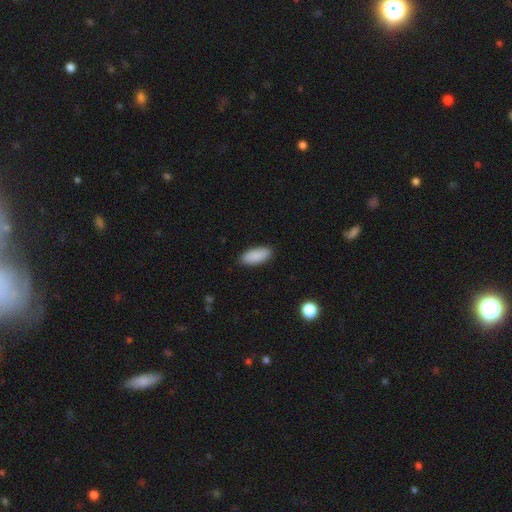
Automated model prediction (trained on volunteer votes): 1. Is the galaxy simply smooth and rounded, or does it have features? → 90% smooth, 6% star or artifact, 4% featured or disk.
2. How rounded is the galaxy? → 87% in between, 11% cigar-shaped, 2% round.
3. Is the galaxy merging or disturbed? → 89% none, 8% minor disturbance, 2% major disturbance, 1% merger.